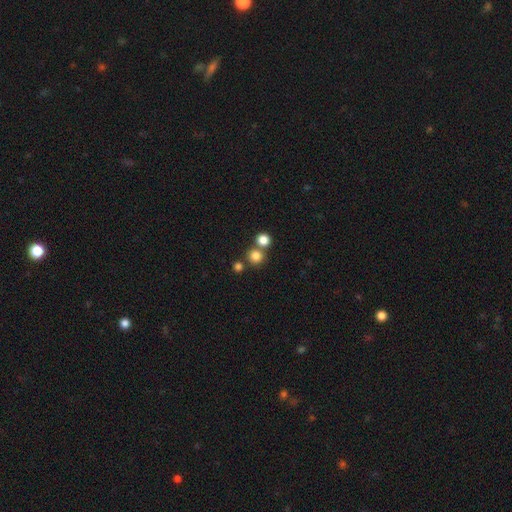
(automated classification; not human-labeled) Morphology: type=smooth (80%); roundness=round (92%); merging=none (67%).